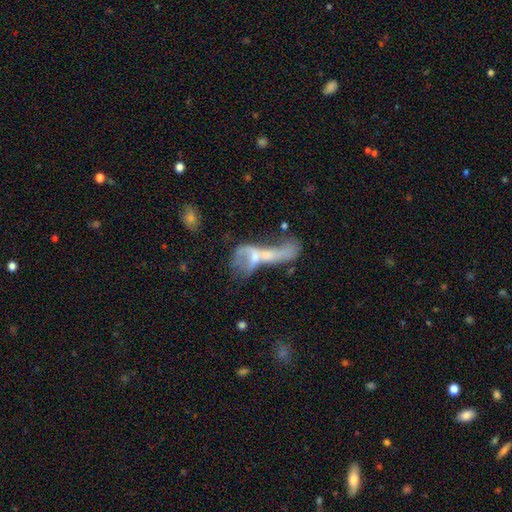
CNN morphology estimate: smooth_or_featured: featured or disk (p=0.57) [alt: smooth p=0.31]
disk_edge_on: no (p=0.85) [alt: yes p=0.15]
merging: merger (p=0.57) [alt: major disturbance p=0.23]